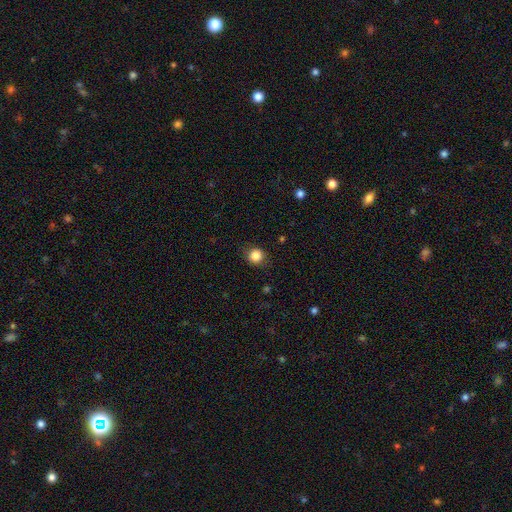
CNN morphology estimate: smooth_or_featured: smooth (p=0.85) [alt: star or artifact p=0.11]
how_rounded: round (p=0.87) [alt: in between p=0.12]
merging: none (p=0.84) [alt: minor disturbance p=0.11]